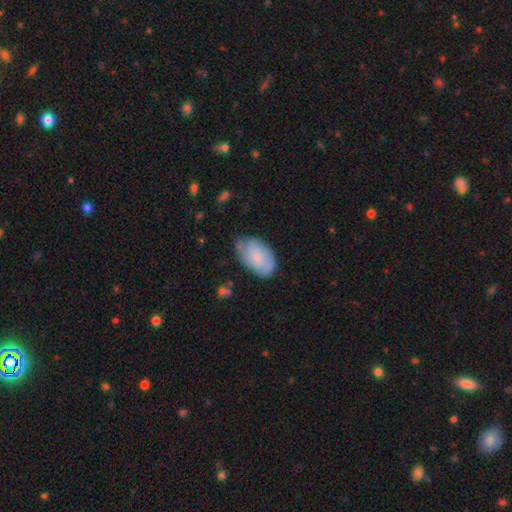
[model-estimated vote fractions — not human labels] Smooth or featured?
  - smooth: 53% *
  - featured or disk: 40%
  - star or artifact: 7%
How rounded?
  - in between: 92% *
  - round: 7%
  - cigar-shaped: 2%
Merging?
  - none: 58% *
  - minor disturbance: 31%
  - major disturbance: 9%
  - merger: 2%